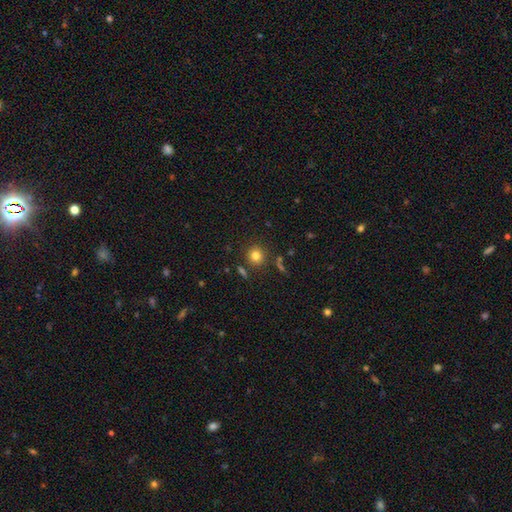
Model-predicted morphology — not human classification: A smooth galaxy with no disk features (79%) that is round (91%). Merging: none (84%).